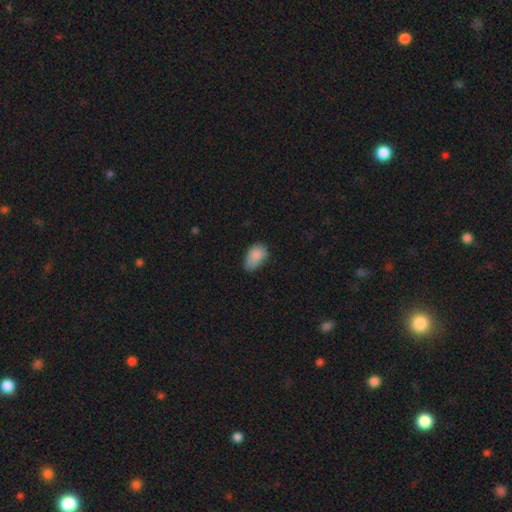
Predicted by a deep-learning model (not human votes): Smooth or featured? Predicted: smooth (p=0.84). How rounded? Predicted: in between (p=0.90). Merging? Predicted: none (p=0.50).